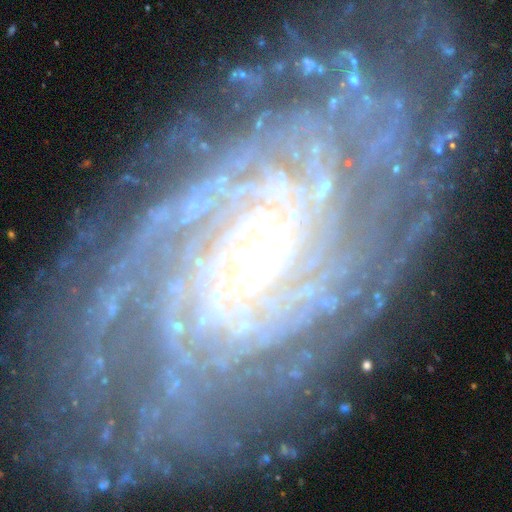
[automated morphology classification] A featured or disk galaxy (91%) with no bar (60%), more than 4 (29%) tight (79%) spiral arms (98%) and a small central bulge (51%). Merging: none (74%).